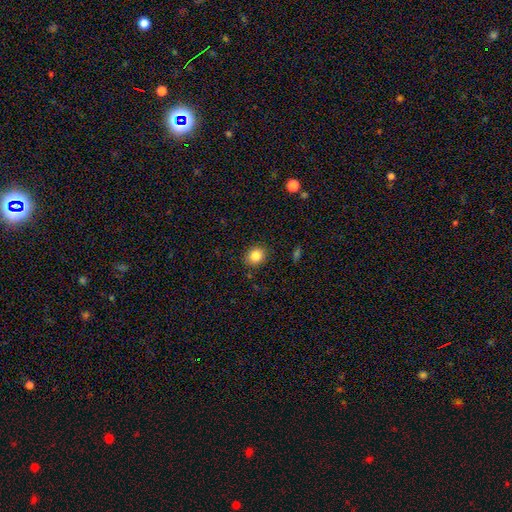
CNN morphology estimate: The model was most divided on "how rounded": round: 69%, in between: 30%, cigar-shaped: 1%. More confident: merging — none (88%); smooth or featured — smooth (84%).